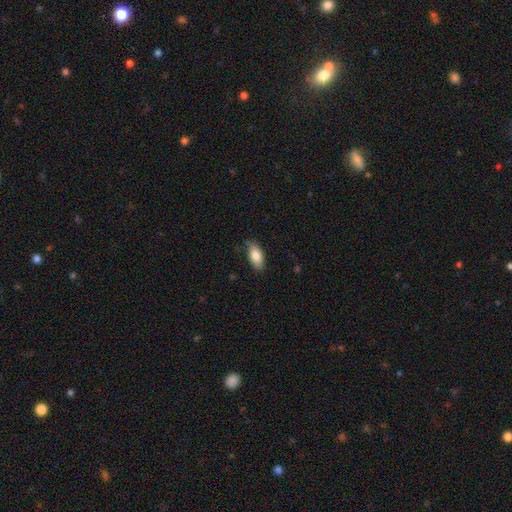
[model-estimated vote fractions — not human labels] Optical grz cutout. It shows a smooth galaxy with no disk features (84%) that is in between round and cigar-shaped (89%). Merging: none (81%).